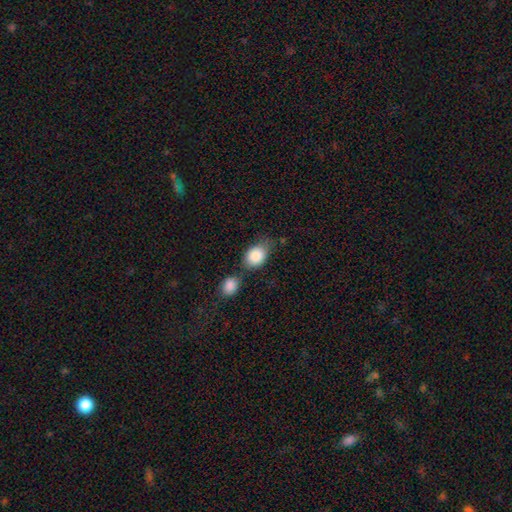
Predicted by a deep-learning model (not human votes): Smooth or featured: smooth — 85% (featured or disk — 8%)
How rounded: in between — 63% (round — 35%)
Merging: none — 50% (merger — 25%)